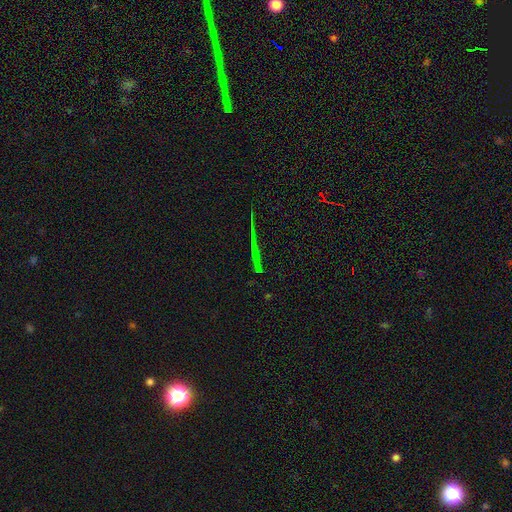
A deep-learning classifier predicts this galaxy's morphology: This appears to be a star or artifact, not a galaxy (60%).